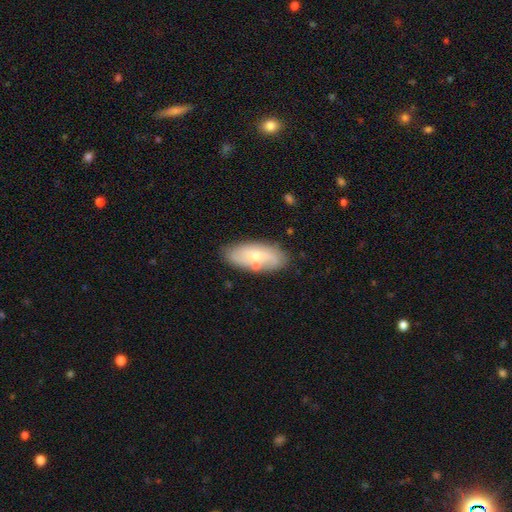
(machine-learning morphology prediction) Q: Smooth or featured?
A: smooth (52%); runner-up: featured or disk (41%)
Q: How rounded?
A: in between (84%); runner-up: cigar-shaped (13%)
Q: Merging?
A: none (71%); runner-up: minor disturbance (16%)